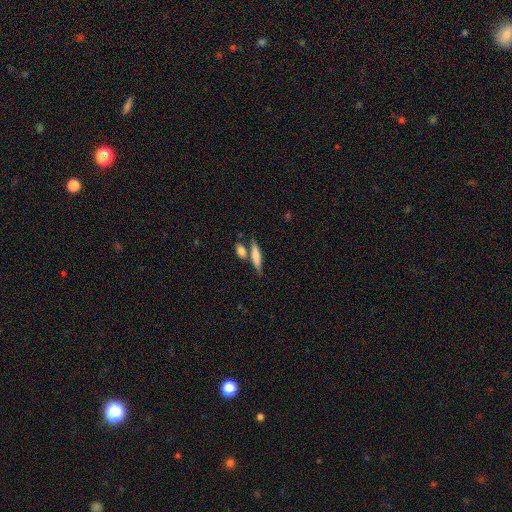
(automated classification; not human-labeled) Overall: smooth (65%; featured or disk 28%). How rounded: cigar-shaped (74%). Merging: none (60%; merger 25%).